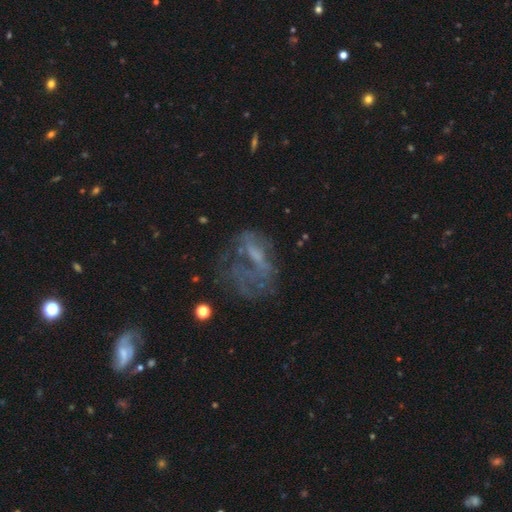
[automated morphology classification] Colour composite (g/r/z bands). It shows a featured or disk galaxy (55%) with no bar (61%), no spiral arms (72%) and no central bulge (47%). Merging: major disturbance (42%).